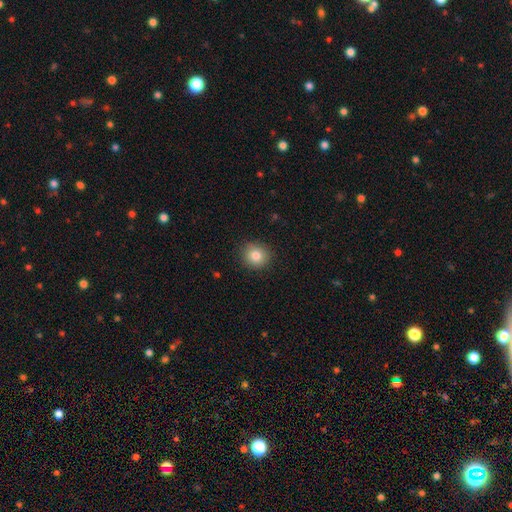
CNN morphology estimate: The model was most divided on "smooth or featured": smooth: 82%, star or artifact: 10%, featured or disk: 8%. More confident: merging — none (89%); how rounded — round (86%).